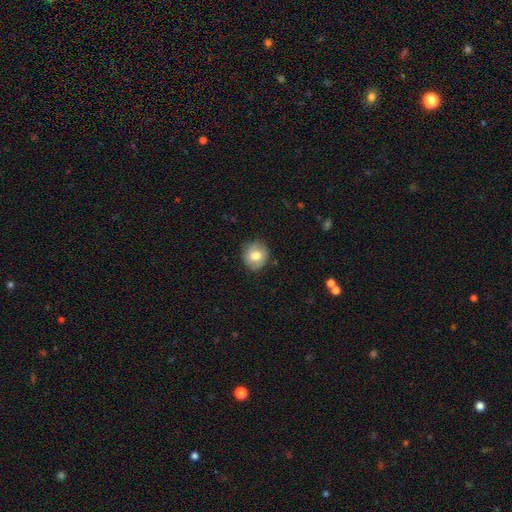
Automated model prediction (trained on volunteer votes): Smooth or featured? Predicted: smooth (p=0.72). How rounded? Predicted: round (p=0.84). Merging? Predicted: none (p=0.80).